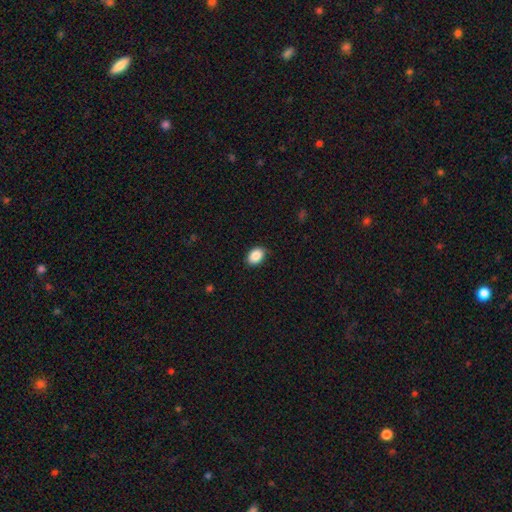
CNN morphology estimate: type=smooth (89%); roundness=in between (80%); merging=none (85%).